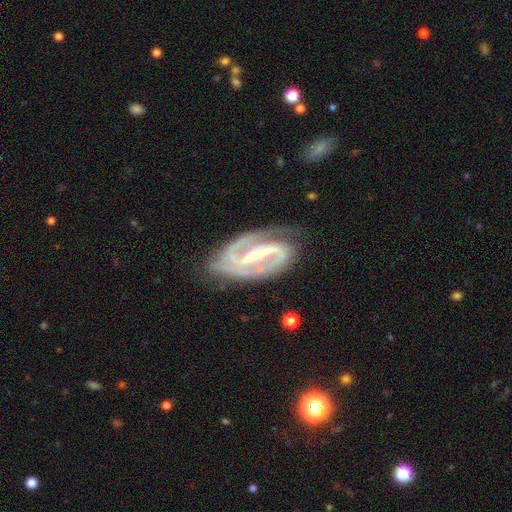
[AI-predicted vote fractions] smooth-or-featured: featured or disk: 92% | star or artifact: 4% | smooth: 4%
  disk-edge-on: no: 96% | yes: 4%
    bar: strong: 62% | weak: 27% | no: 11%
    has-spiral-arms: yes: 98% | no: 2%
      spiral-winding: tight: 47% | medium: 44% | loose: 9%
      spiral-arm-count: 2: 82% | 3: 8% | can't tell: 4% | 1: 3% | 4: 2% | more than 4: 2%
    bulge-size: small: 68% | moderate: 27% | none: 3% | large: 1% | dominant: 1%
  merging: none: 73% | minor disturbance: 18% | major disturbance: 7% | merger: 2%